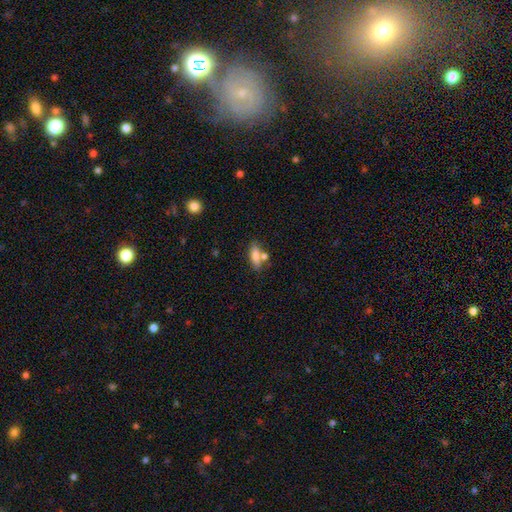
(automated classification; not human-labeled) Smooth or featured? smooth (75%)
How rounded? in between (64%)
Merging? none (60%)